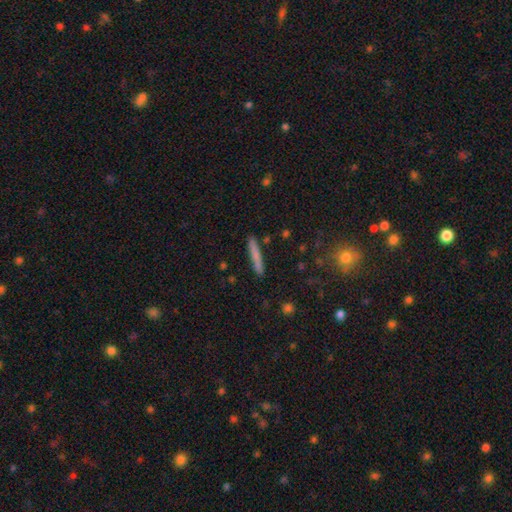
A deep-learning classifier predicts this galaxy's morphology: Smooth or featured? Predicted: smooth (p=0.74). How rounded? Predicted: cigar-shaped (p=0.94). Merging? Predicted: none (p=0.88).